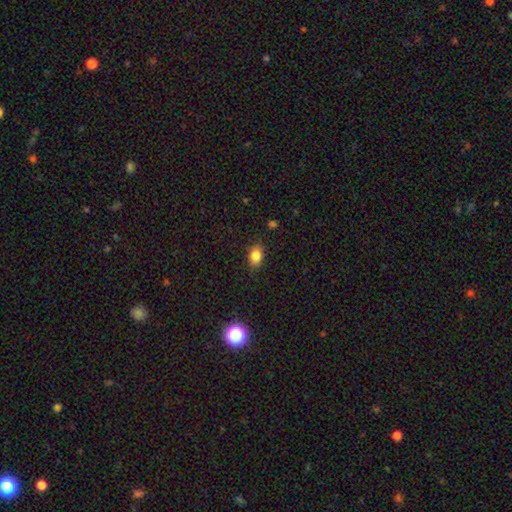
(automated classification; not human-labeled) Smooth or featured: smooth — 84% (star or artifact — 10%)
How rounded: in between — 78% (round — 20%)
Merging: none — 84% (minor disturbance — 12%)